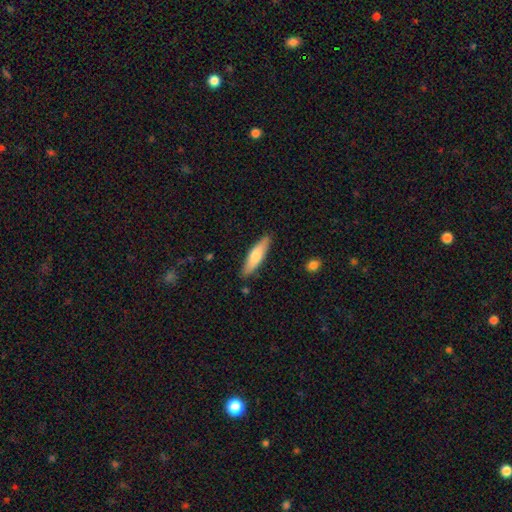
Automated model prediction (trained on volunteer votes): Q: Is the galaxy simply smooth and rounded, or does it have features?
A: smooth — 66%.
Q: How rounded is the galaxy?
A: cigar-shaped — 69%.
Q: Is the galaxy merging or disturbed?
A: none — 87%.